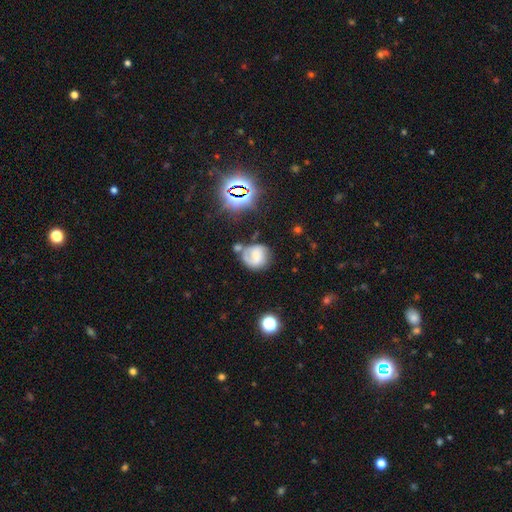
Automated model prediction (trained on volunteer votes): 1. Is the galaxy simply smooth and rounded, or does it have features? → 54% featured or disk, 33% smooth, 12% star or artifact.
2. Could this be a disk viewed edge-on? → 97% no, 3% yes.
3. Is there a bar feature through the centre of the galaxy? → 45% no, 42% weak, 14% strong.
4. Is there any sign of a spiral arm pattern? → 84% yes, 16% no.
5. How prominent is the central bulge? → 35% small, 29% moderate, 25% none, 9% large, 3% dominant.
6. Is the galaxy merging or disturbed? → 48% none, 23% minor disturbance, 15% merger, 14% major disturbance.